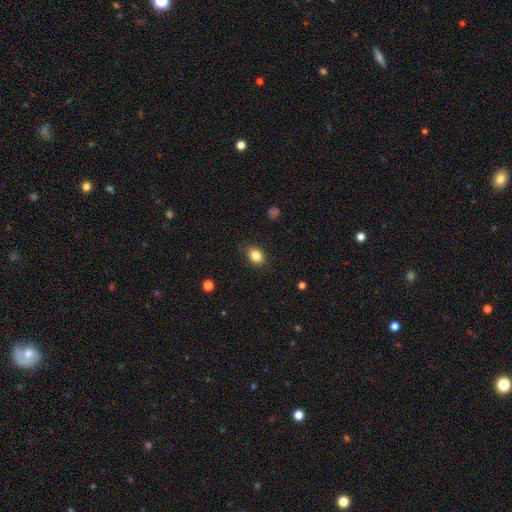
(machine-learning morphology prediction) Smooth or featured?
  - smooth: 85% *
  - star or artifact: 9%
  - featured or disk: 6%
How rounded?
  - in between: 64% *
  - round: 35%
  - cigar-shaped: 1%
Merging?
  - none: 82% *
  - minor disturbance: 14%
  - major disturbance: 3%
  - merger: 1%